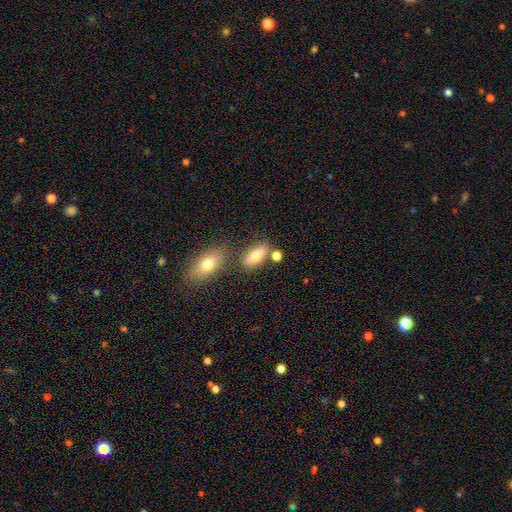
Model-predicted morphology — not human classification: Smooth or featured?
  - smooth: 70% *
  - featured or disk: 21%
  - star or artifact: 9%
How rounded?
  - in between: 77% *
  - cigar-shaped: 18%
  - round: 5%
Merging?
  - none: 70% *
  - minor disturbance: 13%
  - merger: 13%
  - major disturbance: 5%